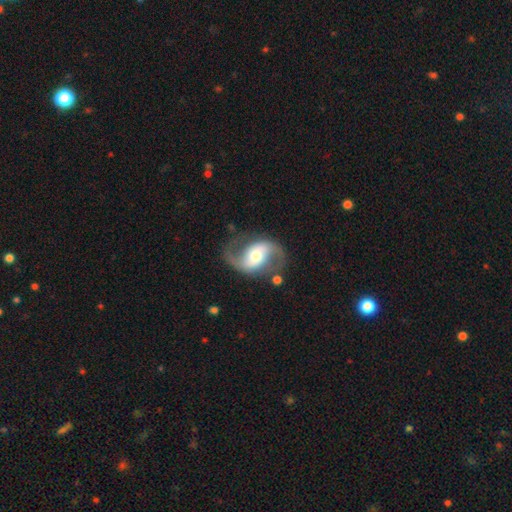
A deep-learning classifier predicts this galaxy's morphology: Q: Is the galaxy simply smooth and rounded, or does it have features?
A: featured or disk — 86%.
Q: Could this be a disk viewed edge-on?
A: no — 97%.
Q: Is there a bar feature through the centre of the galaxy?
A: weak — 36%.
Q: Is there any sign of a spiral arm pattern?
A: yes — 94%.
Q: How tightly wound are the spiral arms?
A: loose — 48%.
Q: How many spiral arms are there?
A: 2 — 93%.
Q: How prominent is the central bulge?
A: moderate — 62%.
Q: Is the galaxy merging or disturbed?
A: none — 74%.